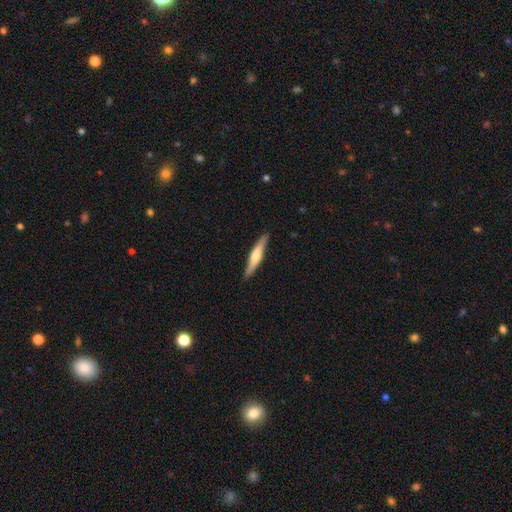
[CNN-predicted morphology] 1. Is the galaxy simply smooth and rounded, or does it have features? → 49% smooth, 46% featured or disk, 5% star or artifact.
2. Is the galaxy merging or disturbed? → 89% none, 9% minor disturbance, 2% major disturbance, 1% merger.